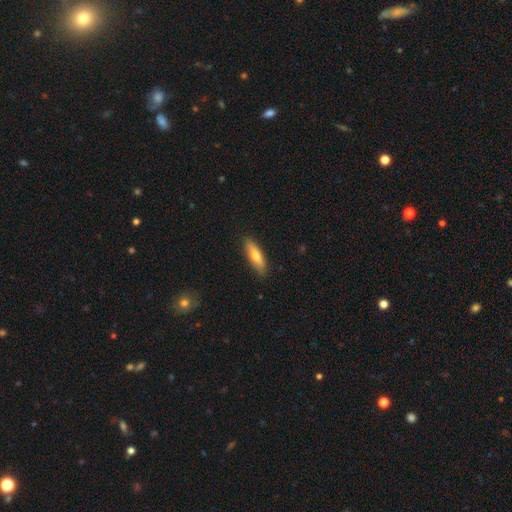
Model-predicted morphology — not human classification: Smooth or featured? smooth (72%)
How rounded? cigar-shaped (55%)
Merging? none (86%)